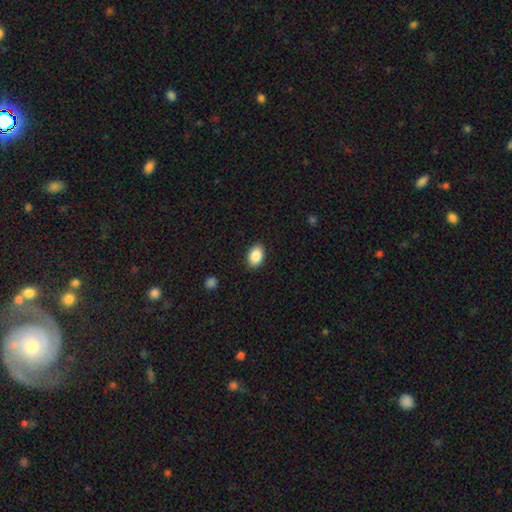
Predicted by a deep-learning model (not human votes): smooth 88%, star or artifact 7%, featured or disk 4%. Down the decision tree: how rounded — in between (87%); merging — none (89%).